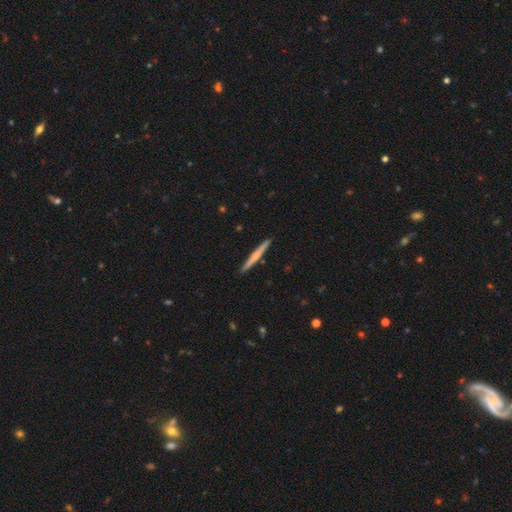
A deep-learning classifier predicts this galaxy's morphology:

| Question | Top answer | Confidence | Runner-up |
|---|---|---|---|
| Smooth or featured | featured or disk | 50% | smooth (45%) |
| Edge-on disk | yes | 98% | no (2%) |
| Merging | none | 91% | minor disturbance (6%) |